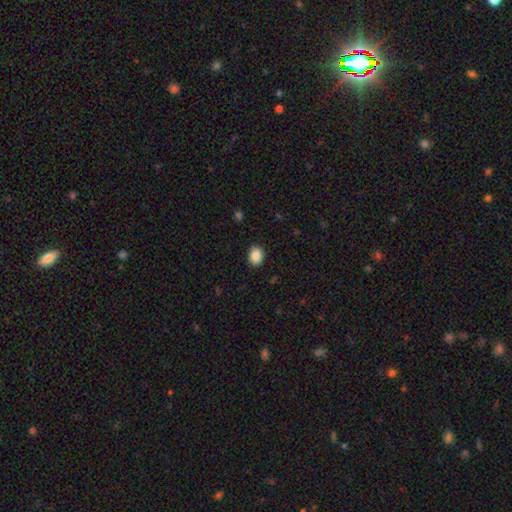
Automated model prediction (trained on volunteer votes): smooth 89%, star or artifact 8%, featured or disk 3%. Down the decision tree: how rounded — in between (68%); merging — none (89%).